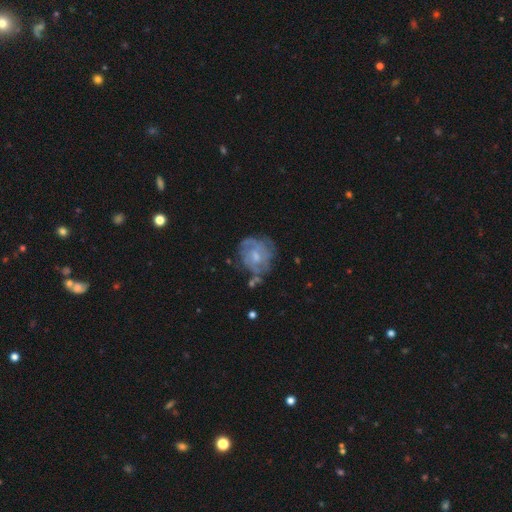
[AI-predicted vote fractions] Smooth or featured?
  - featured or disk: 64% *
  - smooth: 28%
  - star or artifact: 8%
Edge-on disk?
  - no: 97% *
  - yes: 3%
Bar?
  - no: 61% *
  - weak: 34%
  - strong: 5%
Spiral arms?
  - yes: 58% *
  - no: 42%
Bulge size?
  - moderate: 49% *
  - small: 39%
  - none: 8%
  - large: 3%
  - dominant: 1%
Merging?
  - none: 54% *
  - minor disturbance: 25%
  - major disturbance: 14%
  - merger: 6%